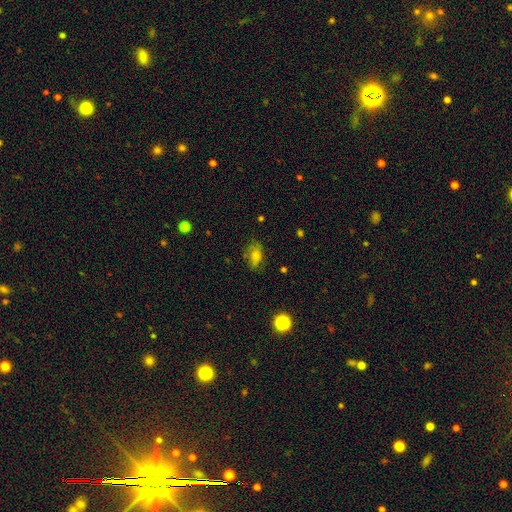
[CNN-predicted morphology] Smooth or featured? Predicted: smooth (p=0.66). How rounded? Predicted: in between (p=0.80). Merging? Predicted: none (p=0.67).